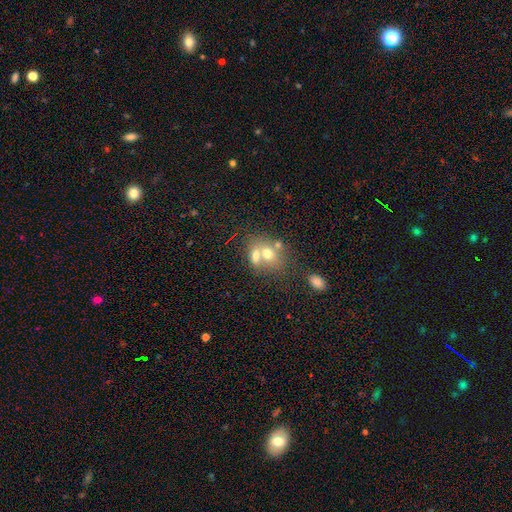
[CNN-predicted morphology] Smooth or featured?
  - smooth: 64% *
  - featured or disk: 25%
  - star or artifact: 11%
How rounded?
  - in between: 52% *
  - round: 46%
  - cigar-shaped: 2%
Merging?
  - merger: 61% *
  - none: 27%
  - minor disturbance: 8%
  - major disturbance: 4%